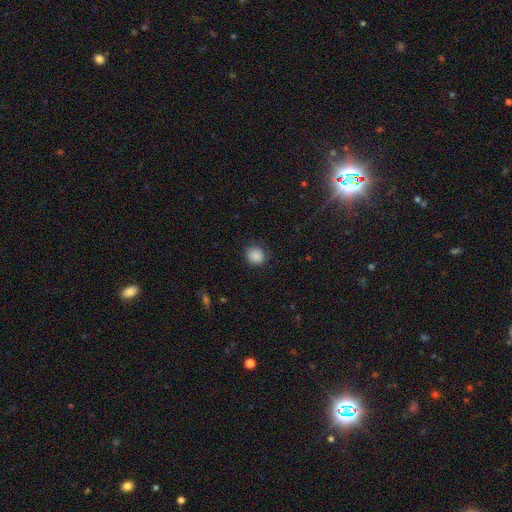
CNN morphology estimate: This is clearly a smooth galaxy (87%). How rounded: clearly round (86%). Merging: clearly none (82%).